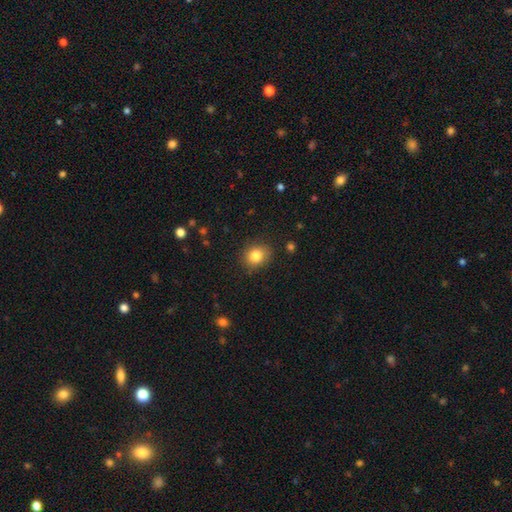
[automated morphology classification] Smooth or featured? Predicted: smooth (p=0.83). How rounded? Predicted: round (p=0.67). Merging? Predicted: none (p=0.84).